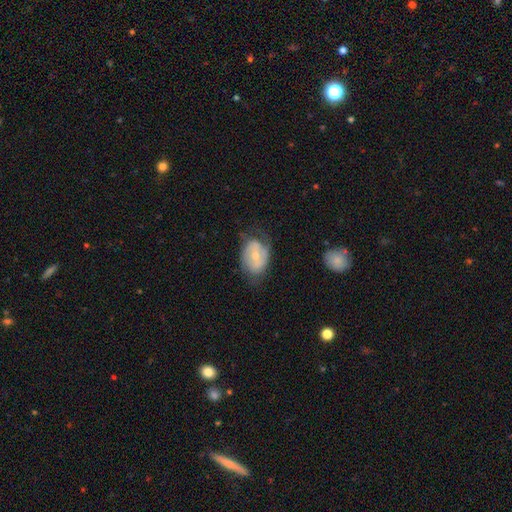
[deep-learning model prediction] smooth_or_featured: featured or disk (p=0.55) [alt: smooth p=0.38]
disk_edge_on: no (p=0.95) [alt: yes p=0.05]
bar: no (p=0.61) [alt: weak p=0.30]
has_spiral_arms: yes (p=0.62) [alt: no p=0.38]
bulge_size: moderate (p=0.50) [alt: small p=0.46]
merging: none (p=0.55) [alt: minor disturbance p=0.28]